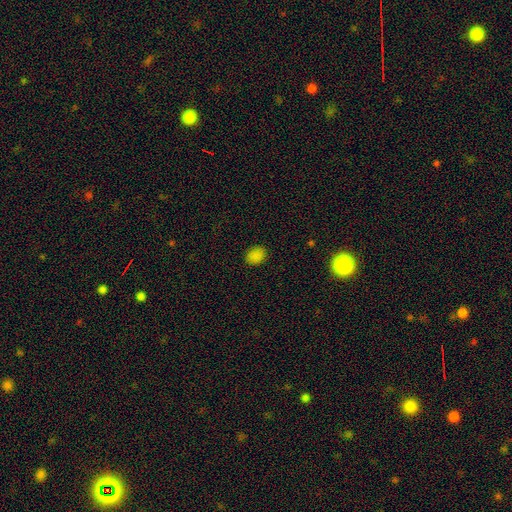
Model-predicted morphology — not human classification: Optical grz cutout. It shows a smooth galaxy with no disk features (84%) that is in between round and cigar-shaped (56%). Merging: none (89%).